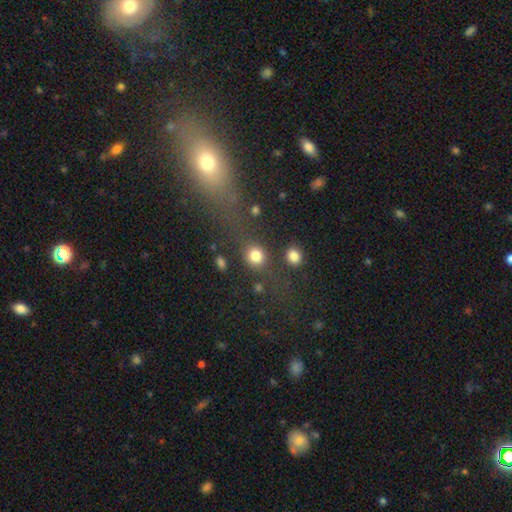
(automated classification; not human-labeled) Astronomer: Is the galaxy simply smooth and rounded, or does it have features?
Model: smooth — 80%.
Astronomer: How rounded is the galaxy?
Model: round — 78%.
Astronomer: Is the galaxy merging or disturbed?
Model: none — 70%.